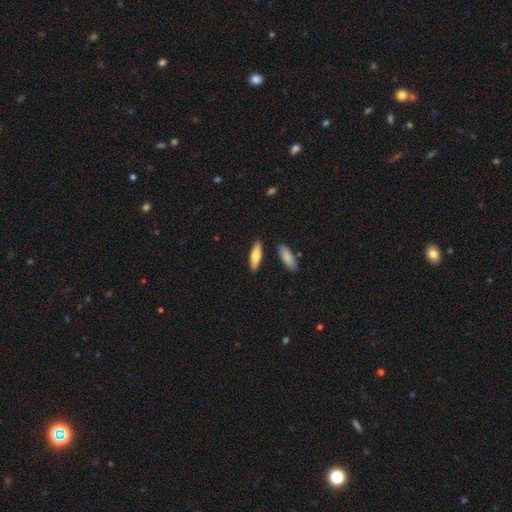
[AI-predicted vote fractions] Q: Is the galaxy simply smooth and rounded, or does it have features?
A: smooth — 68%.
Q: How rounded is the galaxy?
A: cigar-shaped — 54%.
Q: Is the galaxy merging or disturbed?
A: none — 84%.